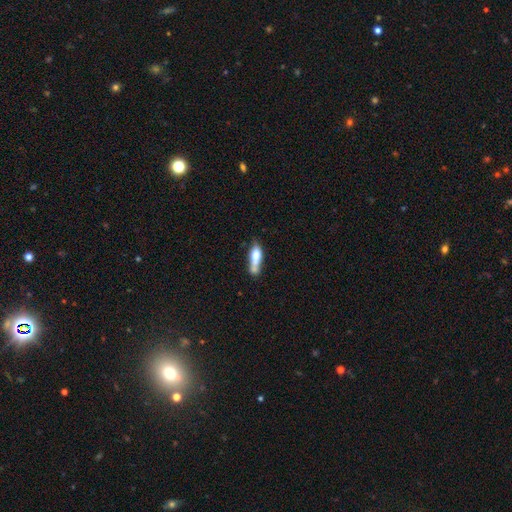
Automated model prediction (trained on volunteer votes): The model was most divided on "merging": merger: 42%, none: 29%, minor disturbance: 18%, major disturbance: 11%. More confident: smooth or featured — smooth (62%); how rounded — in between (56%).